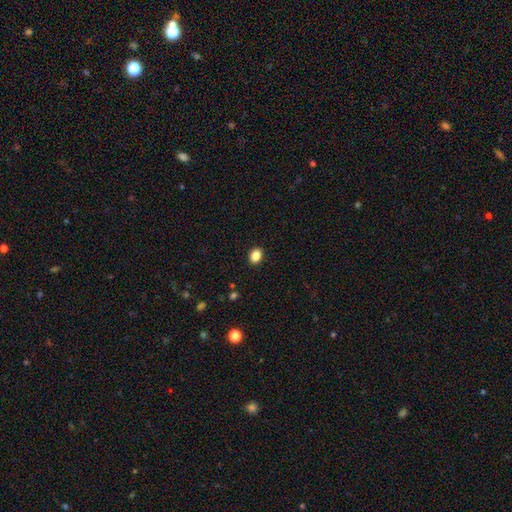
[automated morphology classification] Smooth or featured? Predicted: smooth (p=0.87). How rounded? Predicted: in between (p=0.66). Merging? Predicted: none (p=0.90).